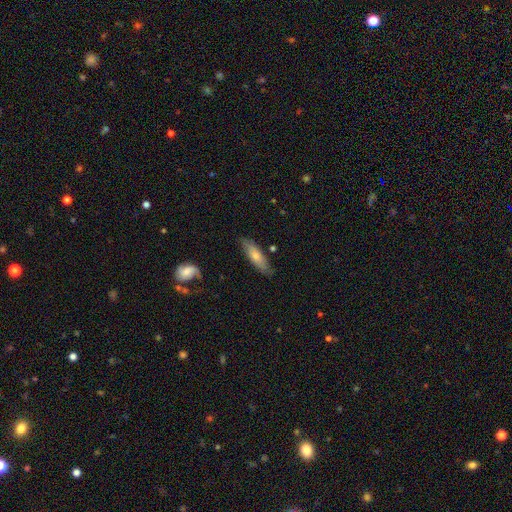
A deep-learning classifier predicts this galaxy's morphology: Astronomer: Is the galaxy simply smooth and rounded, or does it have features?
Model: smooth — 66%.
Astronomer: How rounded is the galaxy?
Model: cigar-shaped — 57% (runner-up: in between, 41%).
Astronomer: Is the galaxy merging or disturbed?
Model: none — 80%.